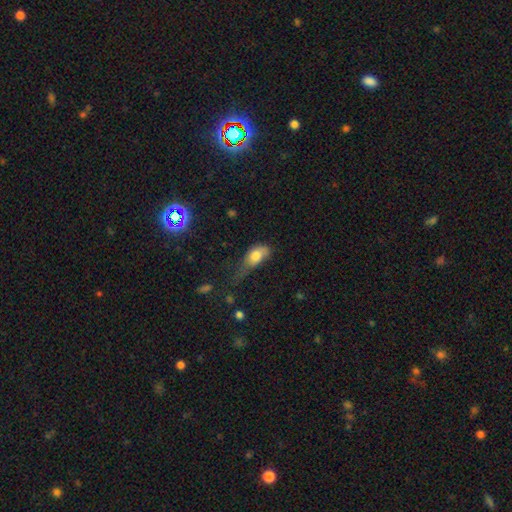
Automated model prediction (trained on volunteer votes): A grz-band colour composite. It shows a smooth galaxy with no disk features (76%) that is in between round and cigar-shaped (82%). Merging: major disturbance (39%).